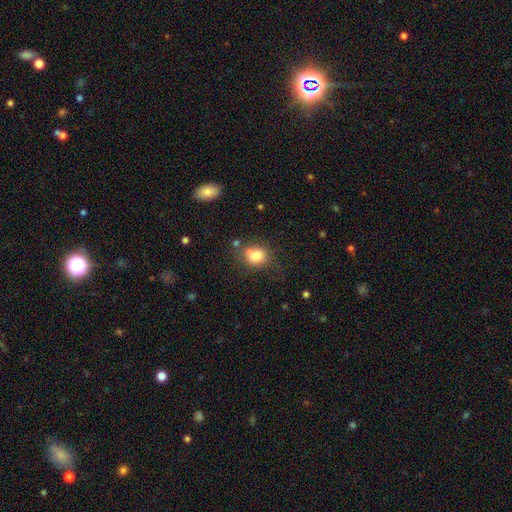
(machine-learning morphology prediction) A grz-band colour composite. It shows a smooth galaxy with no disk features (79%) that is round (65%). Merging: none (61%).